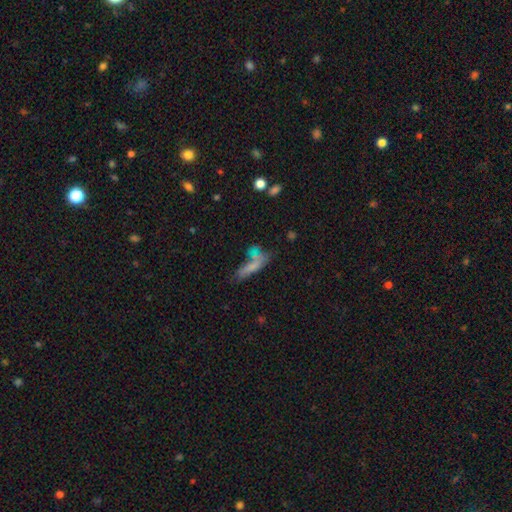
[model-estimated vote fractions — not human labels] smooth_or_featured: smooth (p=0.69) [alt: featured or disk p=0.19]
how_rounded: cigar-shaped (p=0.50) [alt: in between p=0.43]
merging: none (p=0.47) [alt: merger p=0.25]